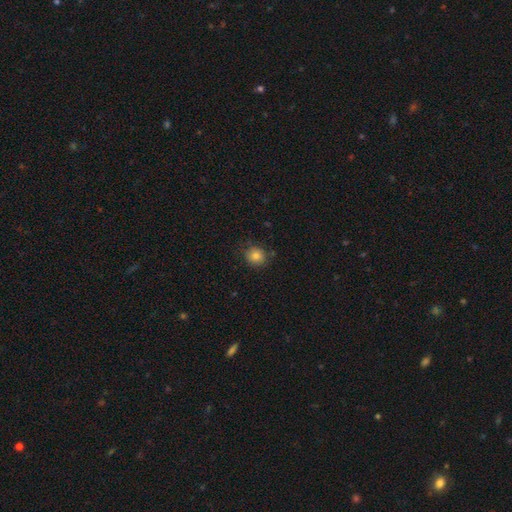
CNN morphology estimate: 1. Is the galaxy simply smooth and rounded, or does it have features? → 82% smooth, 11% star or artifact, 7% featured or disk.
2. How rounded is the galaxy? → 83% round, 17% in between, 1% cigar-shaped.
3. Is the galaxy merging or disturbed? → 79% none, 15% minor disturbance, 4% major disturbance, 2% merger.